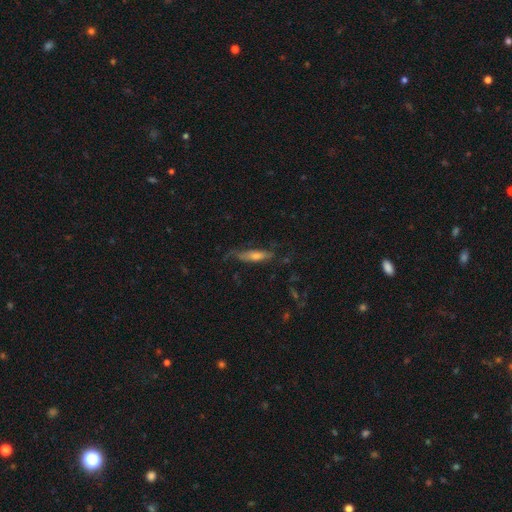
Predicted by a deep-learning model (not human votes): This appears to be a featured or disk galaxy (53%) viewed edge-on (73%). Merging: none (65%).